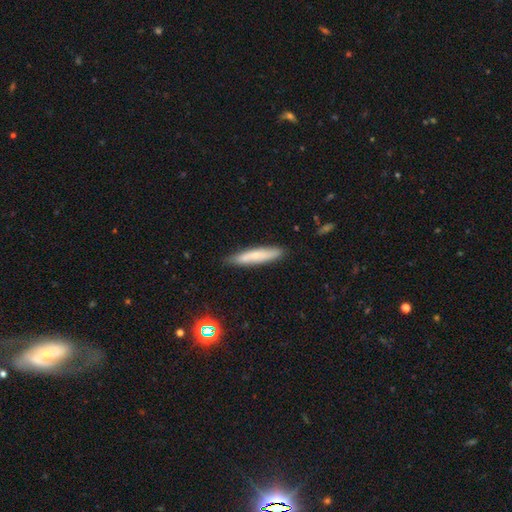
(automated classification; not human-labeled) This appears to be a smooth galaxy with no disk features (64%) that is cigar-shaped (89%). Merging: none (84%).